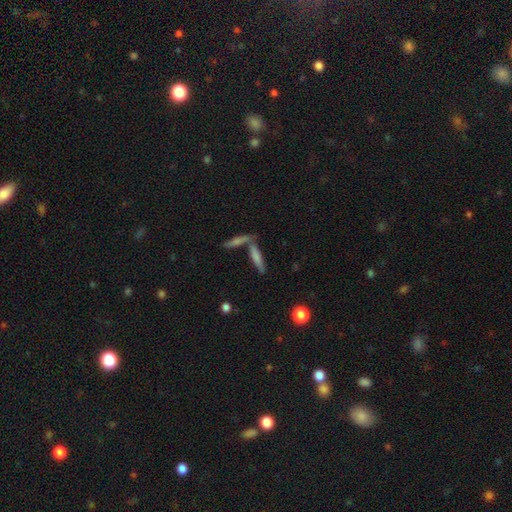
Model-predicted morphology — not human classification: smooth 43%, featured or disk 32%, star or artifact 25%. Down the decision tree: merging — none (56%).